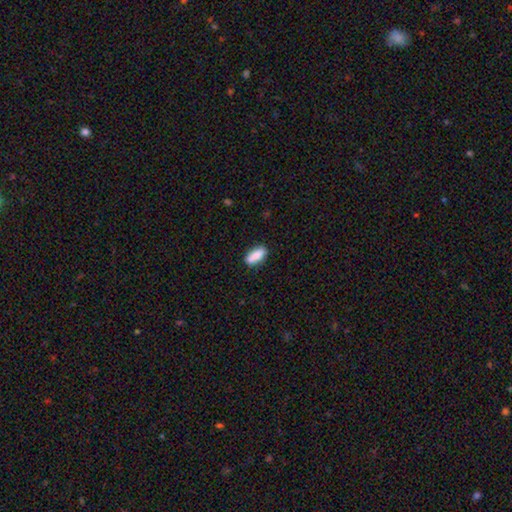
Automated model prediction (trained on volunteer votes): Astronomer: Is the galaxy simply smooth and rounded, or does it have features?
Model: smooth — 85%.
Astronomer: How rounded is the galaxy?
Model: in between — 72%.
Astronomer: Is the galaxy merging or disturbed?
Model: none — 80%.